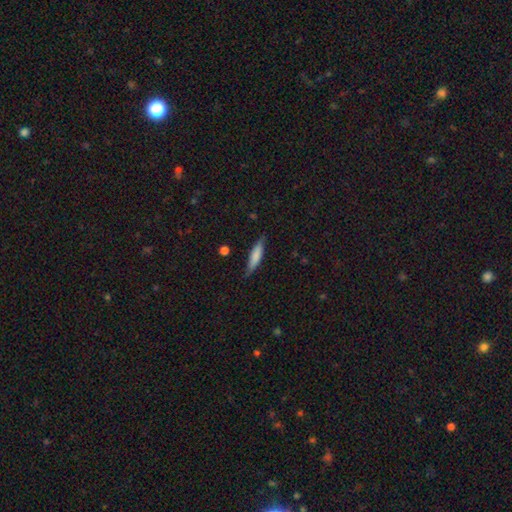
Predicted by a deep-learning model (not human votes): A smooth galaxy with no disk features (72%) that is cigar-shaped (76%).

Vote fractions:
- Smooth or featured? smooth: 72% / featured or disk: 22% / star or artifact: 6%
- How rounded? cigar-shaped: 76% / in between: 23% / round: 2%
- Merging? none: 79% / minor disturbance: 17% / major disturbance: 3% / merger: 2%